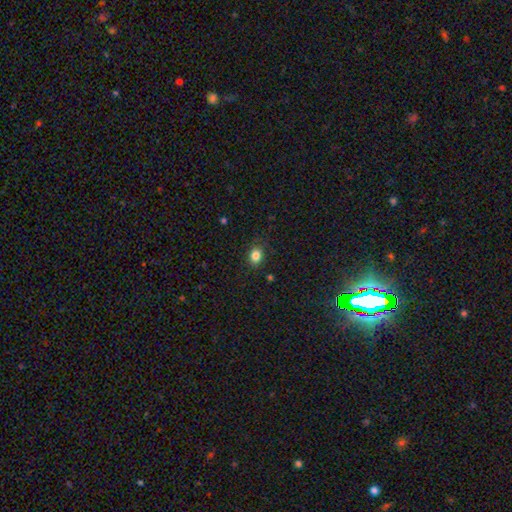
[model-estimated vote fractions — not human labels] The model was most divided on "how rounded": in between: 55%, round: 44%, cigar-shaped: 1%. More confident: smooth or featured — smooth (84%); merging — none (83%).